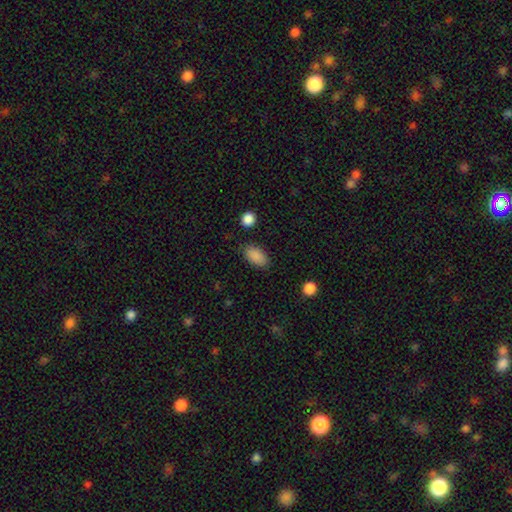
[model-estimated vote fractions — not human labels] smooth_or_featured: smooth (p=0.88) [alt: star or artifact p=0.08]
how_rounded: in between (p=0.93) [alt: round p=0.04]
merging: none (p=0.83) [alt: minor disturbance p=0.12]